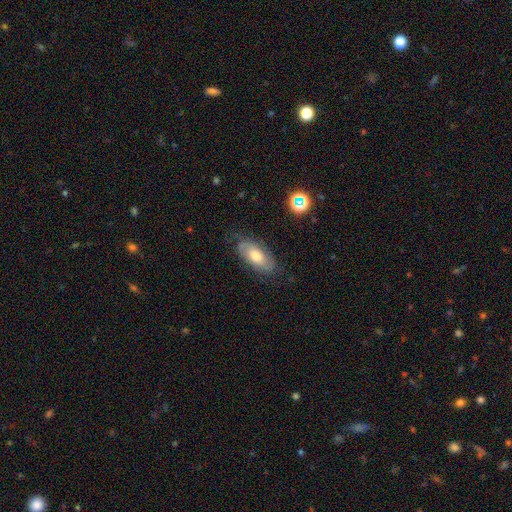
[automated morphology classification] type=smooth (46%); merging=none (72%).